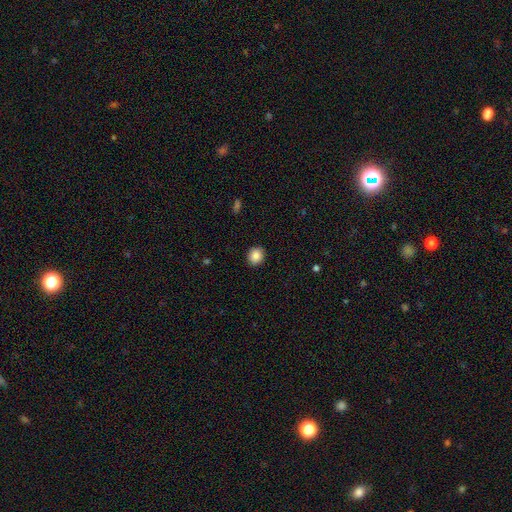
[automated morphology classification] The model was most divided on "how rounded": round: 77%, in between: 22%, cigar-shaped: 1%. More confident: merging — none (91%); smooth or featured — smooth (88%).